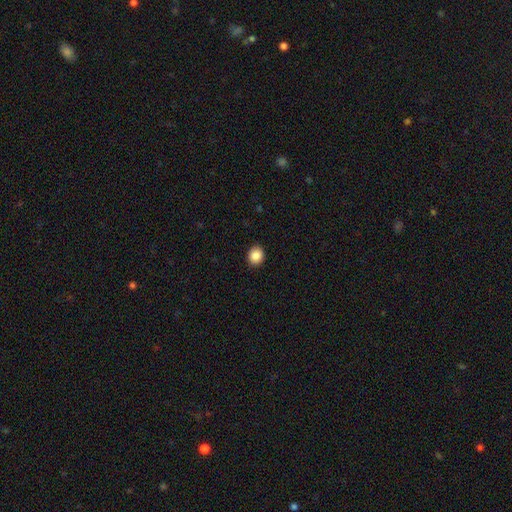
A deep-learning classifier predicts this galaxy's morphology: This appears to be a smooth galaxy with no disk features (87%) that is round (74%). Merging: none (92%).